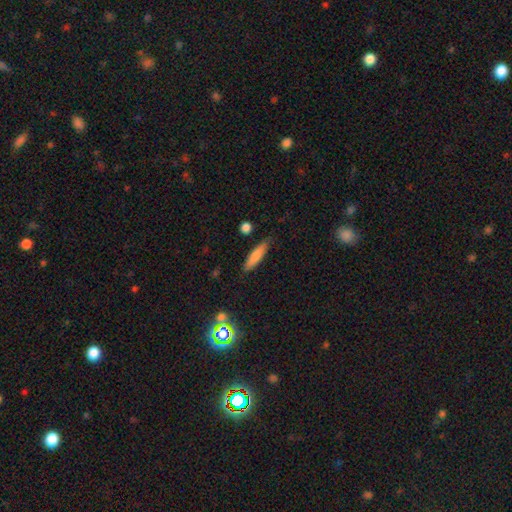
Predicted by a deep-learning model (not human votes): smooth-or-featured: smooth: 78% | featured or disk: 15% | star or artifact: 7%
  how-rounded: cigar-shaped: 72% | in between: 26% | round: 2%
  merging: none: 83% | minor disturbance: 13% | major disturbance: 2% | merger: 2%